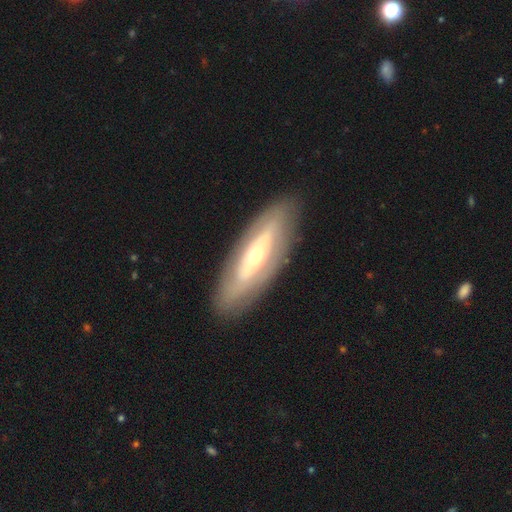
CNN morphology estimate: Smooth or featured? Predicted: featured or disk (p=0.67). Edge-on disk? Predicted: no (p=0.73). Merging? Predicted: none (p=0.85).